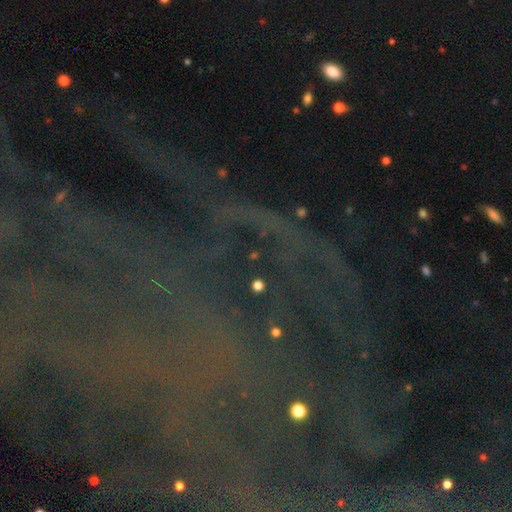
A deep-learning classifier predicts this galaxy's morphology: Overall: star or artifact (84%).